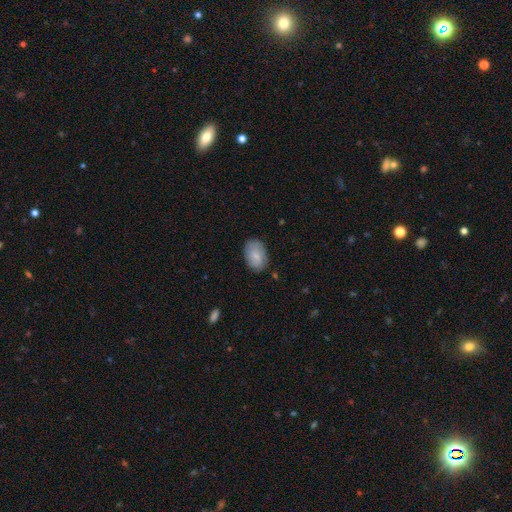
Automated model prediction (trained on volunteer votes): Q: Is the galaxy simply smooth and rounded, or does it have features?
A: smooth — 75%.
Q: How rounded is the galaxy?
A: in between — 89%.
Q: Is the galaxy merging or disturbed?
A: none — 78%.